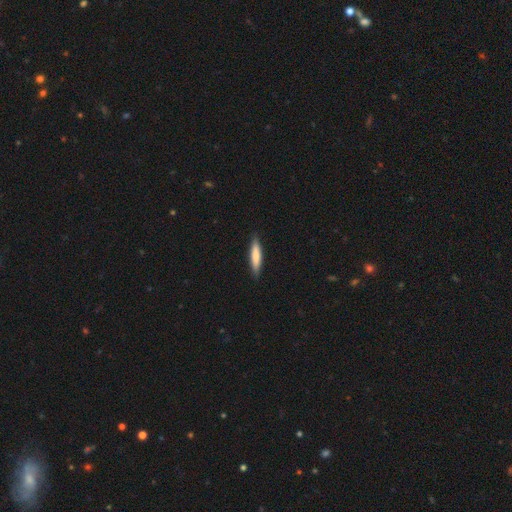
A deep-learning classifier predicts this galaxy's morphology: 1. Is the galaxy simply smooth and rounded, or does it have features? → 75% smooth, 19% featured or disk, 5% star or artifact.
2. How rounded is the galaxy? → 83% cigar-shaped, 15% in between, 1% round.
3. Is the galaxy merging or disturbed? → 89% none, 9% minor disturbance, 2% major disturbance, 1% merger.